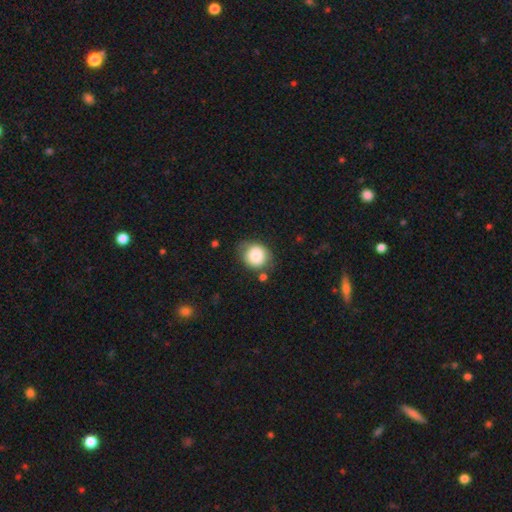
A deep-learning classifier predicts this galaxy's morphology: type=smooth (80%); roundness=round (82%); merging=none (69%).